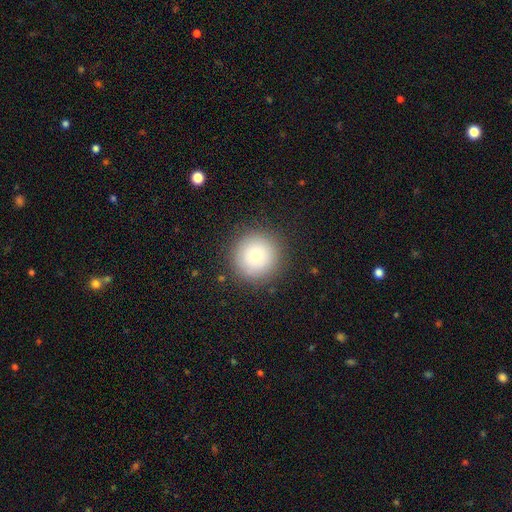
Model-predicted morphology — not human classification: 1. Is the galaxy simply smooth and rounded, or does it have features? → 73% smooth, 15% featured or disk, 12% star or artifact.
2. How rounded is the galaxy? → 96% round, 3% in between, 1% cigar-shaped.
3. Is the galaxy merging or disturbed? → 89% none, 7% minor disturbance, 3% major disturbance, 1% merger.